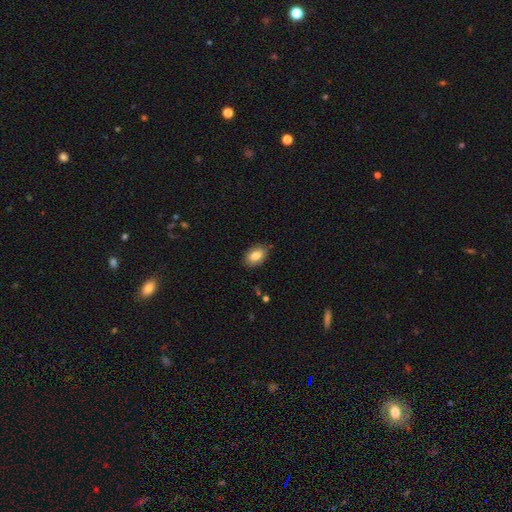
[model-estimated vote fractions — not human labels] Overall: smooth (83%). How rounded: in between (88%). Merging: none (84%).